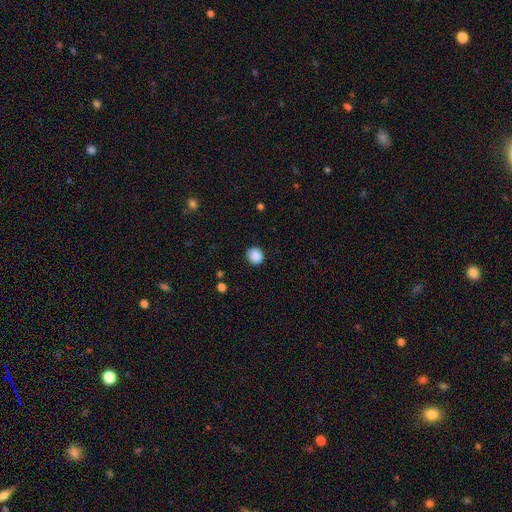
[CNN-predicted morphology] smooth-or-featured: smooth: 88% | star or artifact: 9% | featured or disk: 3%
  how-rounded: round: 79% | in between: 20% | cigar-shaped: 1%
  merging: none: 86% | minor disturbance: 10% | major disturbance: 3% | merger: 1%